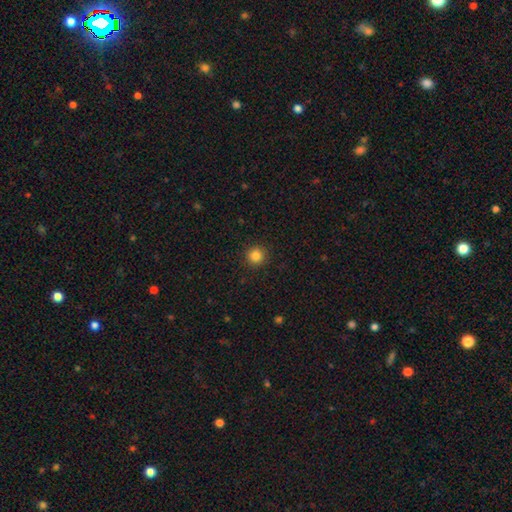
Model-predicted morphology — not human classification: Smooth or featured? smooth (84%)
How rounded? round (95%)
Merging? none (92%)